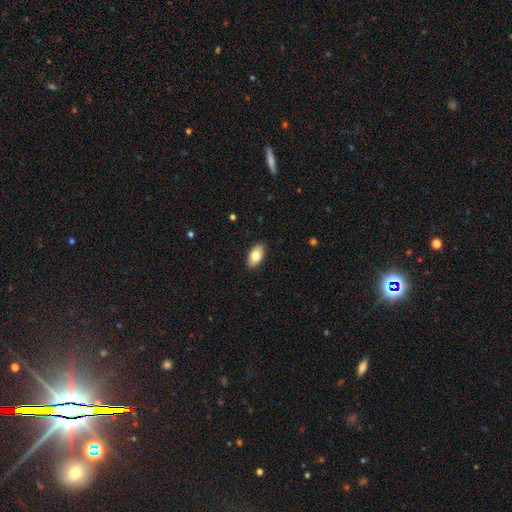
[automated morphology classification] Overall: smooth (79%). How rounded: in between (93%). Merging: none (89%).